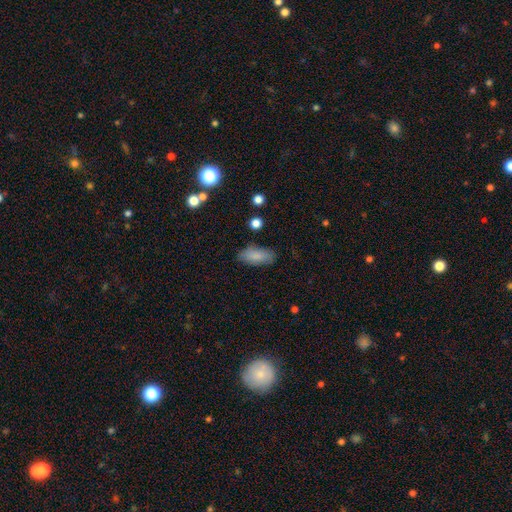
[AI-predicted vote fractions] Smooth or featured? Predicted: smooth (p=0.85). How rounded? Predicted: in between (p=0.85). Merging? Predicted: none (p=0.82).